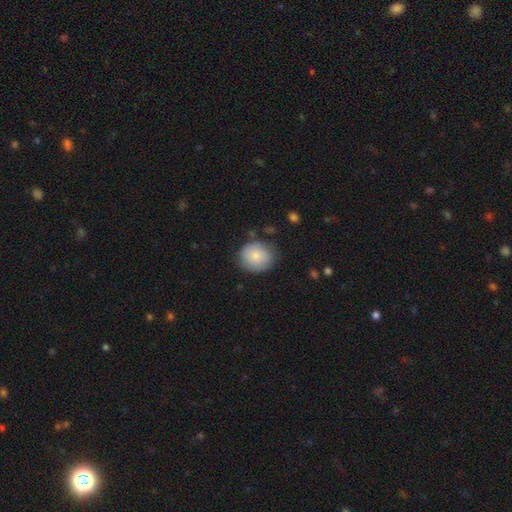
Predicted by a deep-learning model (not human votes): Smooth or featured: smooth — 82% (featured or disk — 11%)
How rounded: round — 77% (in between — 22%)
Merging: none — 77% (minor disturbance — 17%)